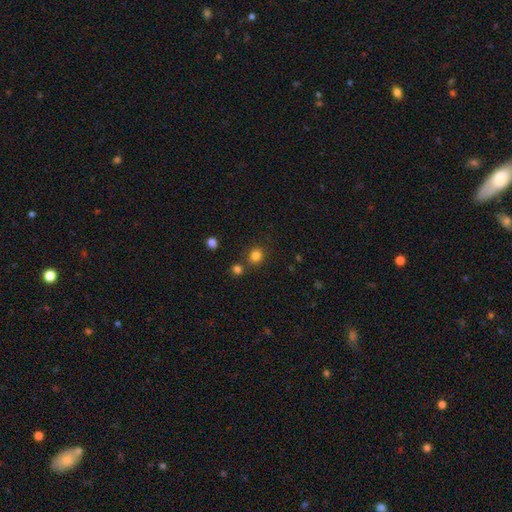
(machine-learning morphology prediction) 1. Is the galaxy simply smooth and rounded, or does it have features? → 82% smooth, 13% star or artifact, 5% featured or disk.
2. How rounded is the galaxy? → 82% round, 17% in between, 1% cigar-shaped.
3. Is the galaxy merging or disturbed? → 76% none, 13% merger, 9% minor disturbance, 3% major disturbance.